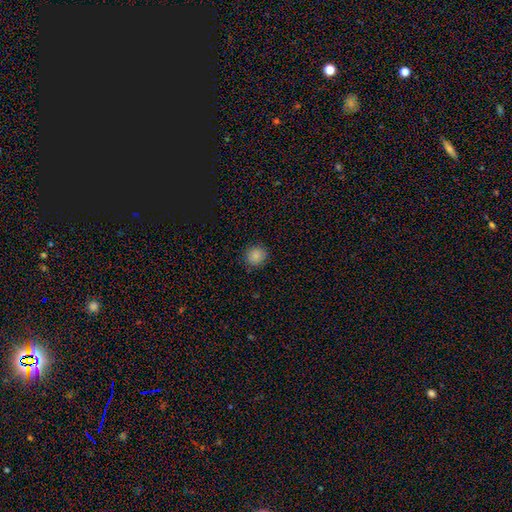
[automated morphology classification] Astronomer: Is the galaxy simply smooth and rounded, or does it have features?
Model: smooth — 84%.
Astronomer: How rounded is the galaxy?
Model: round — 86%.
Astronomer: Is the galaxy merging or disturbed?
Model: none — 88%.